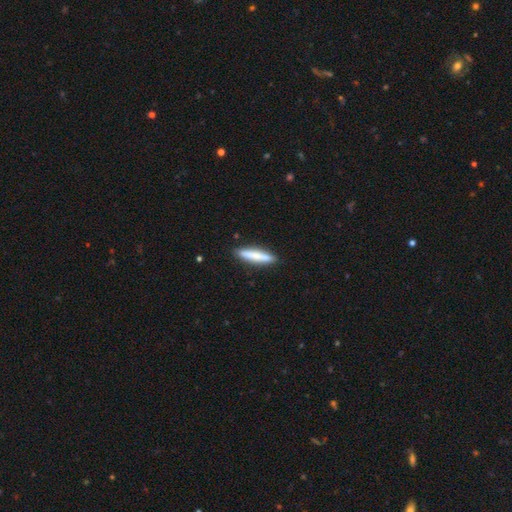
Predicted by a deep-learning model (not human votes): This is likely a smooth galaxy (72%). How rounded: clearly cigar-shaped (88%). Merging: clearly none (89%).